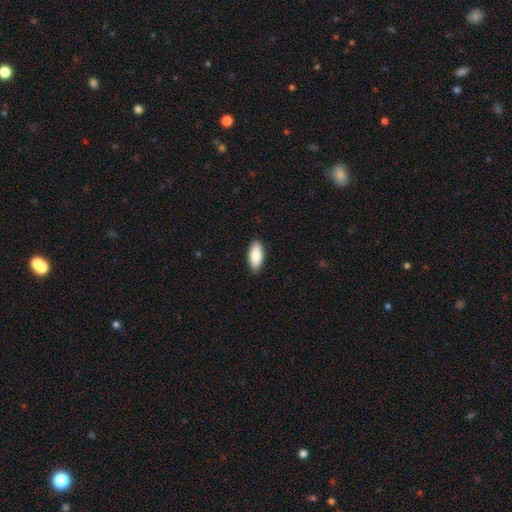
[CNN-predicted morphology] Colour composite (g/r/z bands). It shows a smooth galaxy with no disk features (86%) that is in between round and cigar-shaped (87%). Merging: none (90%).